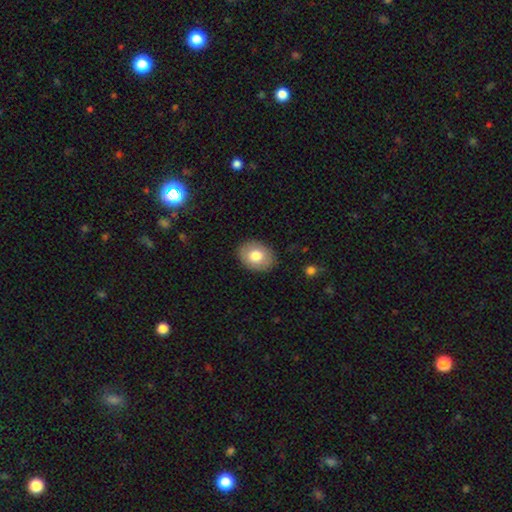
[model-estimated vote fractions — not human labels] Smooth or featured?
  - smooth: 76% *
  - featured or disk: 16%
  - star or artifact: 7%
How rounded?
  - in between: 61% *
  - round: 38%
  - cigar-shaped: 1%
Merging?
  - none: 88% *
  - minor disturbance: 9%
  - major disturbance: 2%
  - merger: 1%